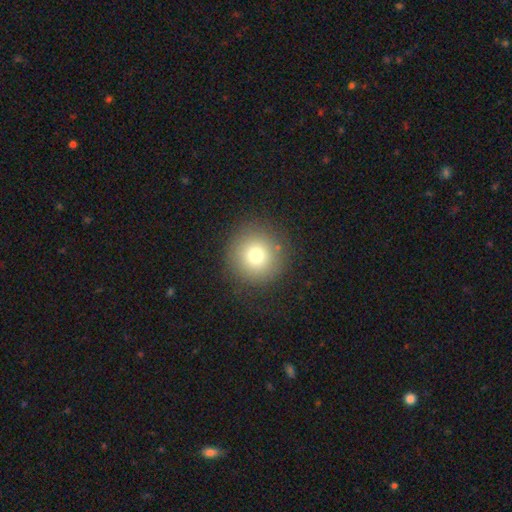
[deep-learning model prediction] Smooth or featured? Predicted: smooth (p=0.76). How rounded? Predicted: round (p=0.95). Merging? Predicted: none (p=0.88).